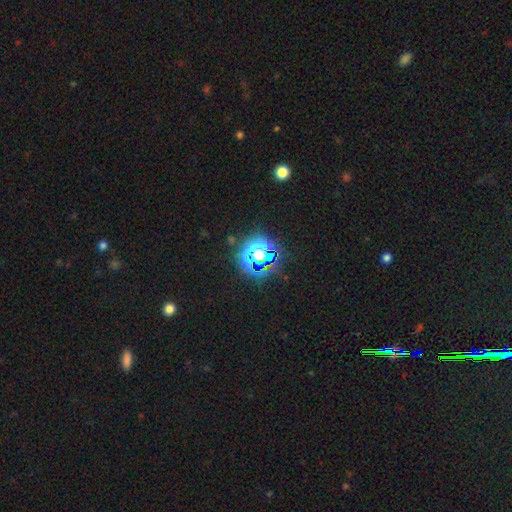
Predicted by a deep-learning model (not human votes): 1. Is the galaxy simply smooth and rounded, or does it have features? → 65% star or artifact, 24% smooth, 11% featured or disk.